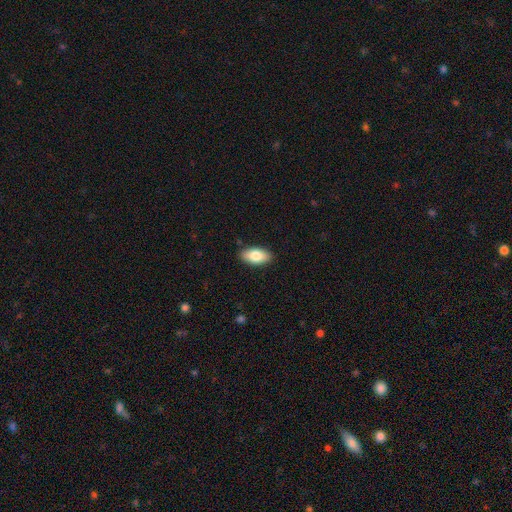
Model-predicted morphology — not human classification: This appears to be a smooth galaxy with no disk features (82%) that is in between round and cigar-shaped (92%). Merging: none (88%).